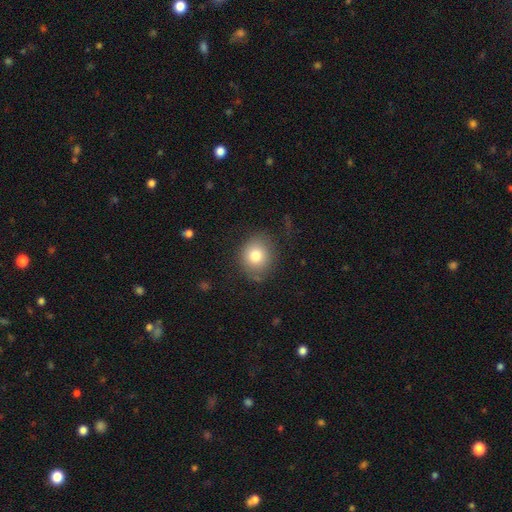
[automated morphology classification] This is likely a smooth galaxy (79%). How rounded: likely round (79%). Merging: likely none (78%).